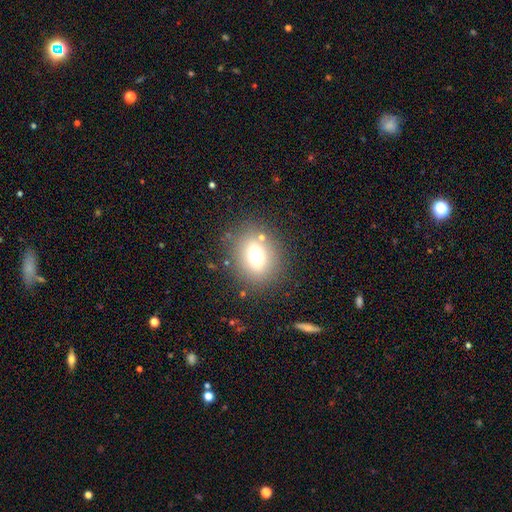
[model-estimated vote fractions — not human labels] smooth_or_featured: smooth (p=0.67) [alt: featured or disk p=0.18]
how_rounded: in between (p=0.52) [alt: round p=0.46]
merging: none (p=0.79) [alt: minor disturbance p=0.11]